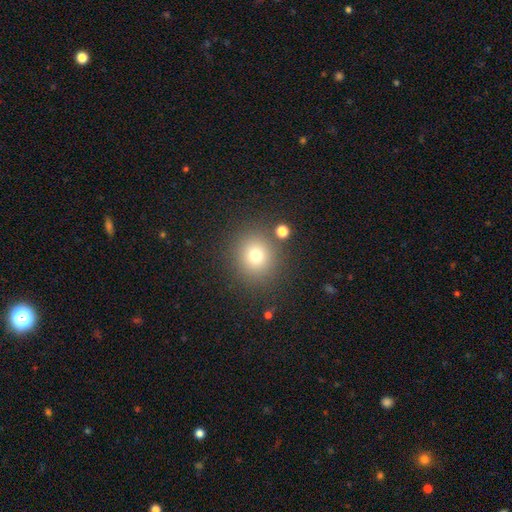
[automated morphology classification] smooth 73%, star or artifact 17%, featured or disk 10%. Down the decision tree: how rounded — round (89%); merging — none (83%).